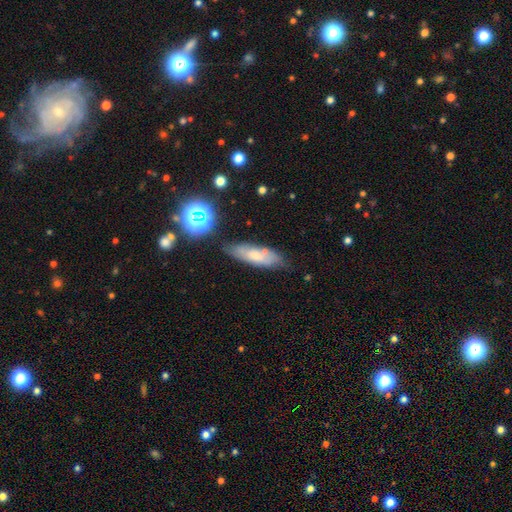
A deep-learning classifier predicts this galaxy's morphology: Overall: smooth (56%; featured or disk 32%). How rounded: in between (49%; cigar-shaped 48%). Merging: none (68%).